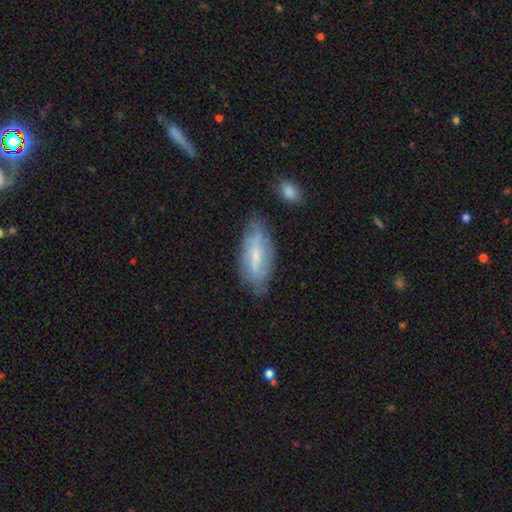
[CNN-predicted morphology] Smooth or featured: smooth — 49% (featured or disk — 44%)
Merging: none — 65% (minor disturbance — 26%)